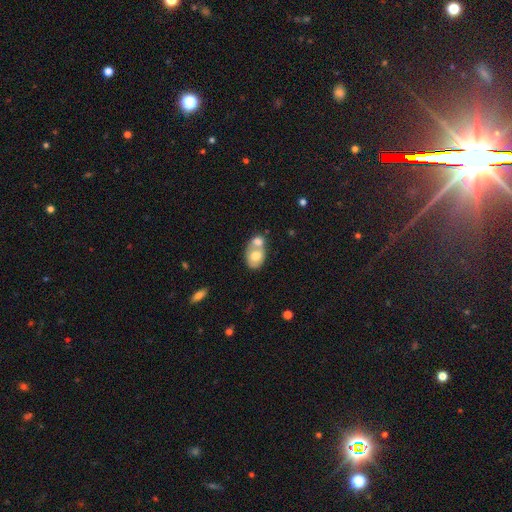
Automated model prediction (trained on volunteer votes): This appears to be a smooth galaxy with no disk features (67%) that is in between round and cigar-shaped (68%). Merging: merger (67%).